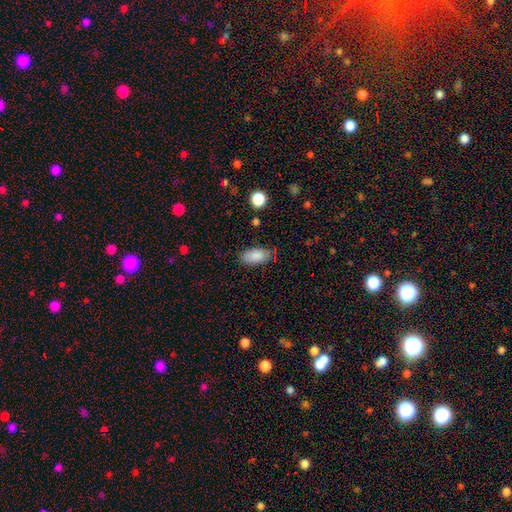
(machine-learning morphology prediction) Smooth or featured? Predicted: smooth (p=0.84). How rounded? Predicted: in between (p=0.92). Merging? Predicted: none (p=0.76).